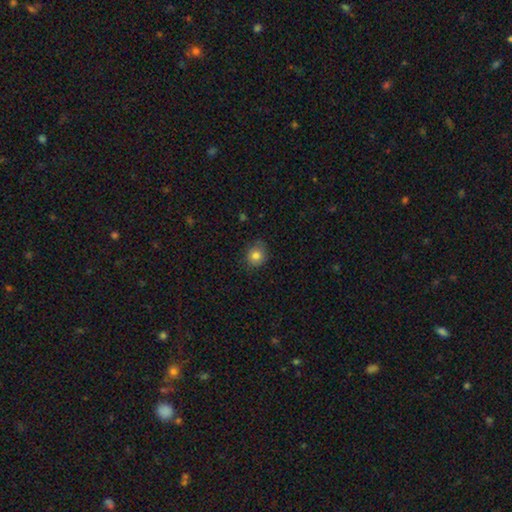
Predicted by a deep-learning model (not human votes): Smooth or featured?
  - smooth: 81% *
  - star or artifact: 11%
  - featured or disk: 8%
How rounded?
  - round: 70% *
  - in between: 29%
  - cigar-shaped: 1%
Merging?
  - none: 80% *
  - minor disturbance: 16%
  - major disturbance: 3%
  - merger: 1%